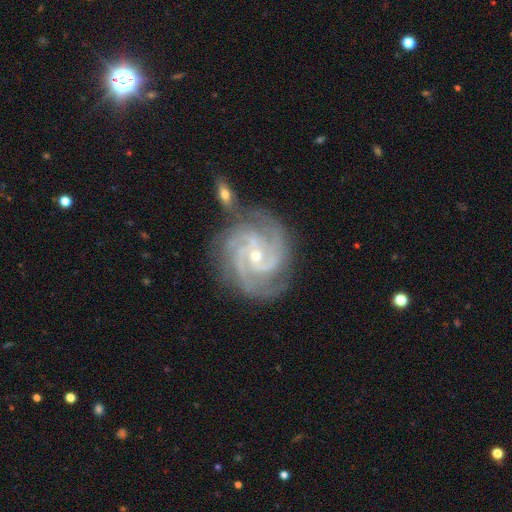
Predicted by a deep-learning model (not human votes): This appears to be a featured or disk galaxy (92%) with no bar (58%), 3 (40%) tight (65%) spiral arms (99%) and a small central bulge (64%). Merging: none (72%).